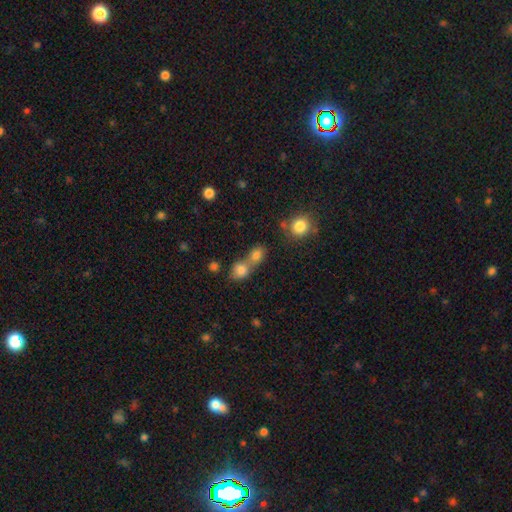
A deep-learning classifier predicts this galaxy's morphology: smooth_or_featured: smooth (p=0.76) [alt: star or artifact p=0.14]
how_rounded: round (p=0.66) [alt: in between p=0.32]
merging: merger (p=0.58) [alt: none p=0.33]